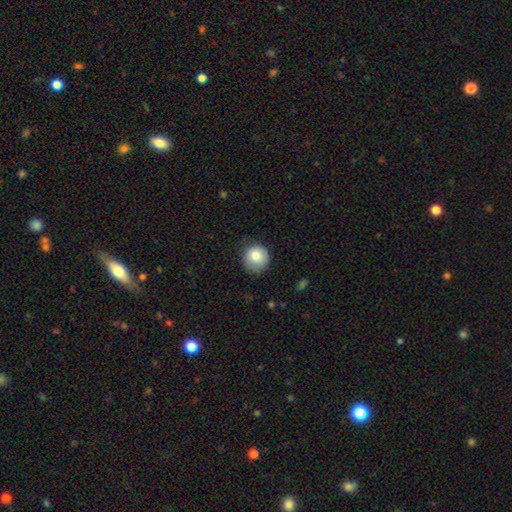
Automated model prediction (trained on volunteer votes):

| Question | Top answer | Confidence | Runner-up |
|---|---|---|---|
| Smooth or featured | smooth | 83% | star or artifact (9%) |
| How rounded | round | 90% | in between (9%) |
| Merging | none | 73% | minor disturbance (21%) |